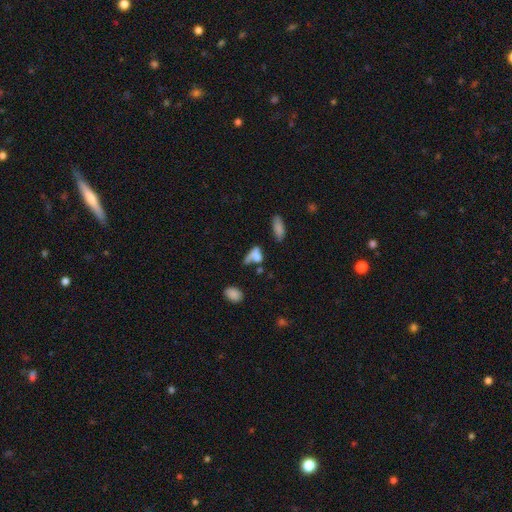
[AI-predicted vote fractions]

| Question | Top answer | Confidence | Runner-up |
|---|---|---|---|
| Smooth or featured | smooth | 64% | featured or disk (23%) |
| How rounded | in between | 68% | round (19%) |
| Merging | none | 29% | merger (26%) |